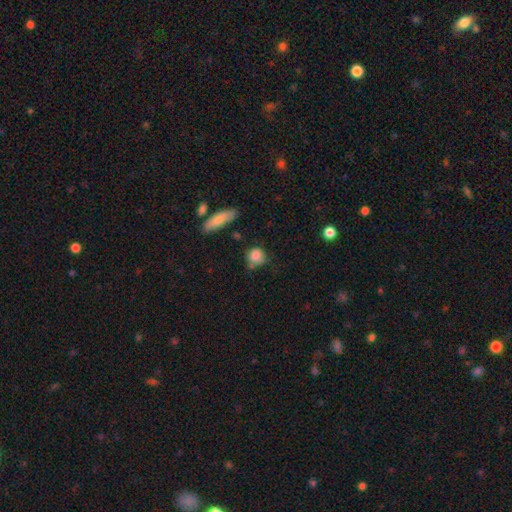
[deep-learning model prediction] Q: Smooth or featured?
A: smooth (81%); runner-up: featured or disk (10%)
Q: How rounded?
A: round (71%); runner-up: in between (26%)
Q: Merging?
A: none (52%); runner-up: minor disturbance (29%)